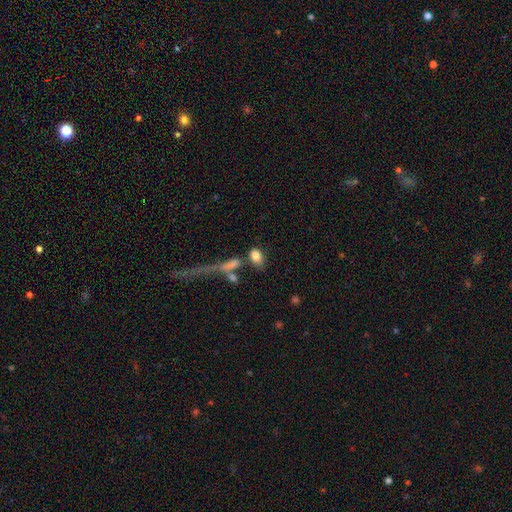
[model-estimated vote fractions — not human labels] Smooth or featured? Predicted: smooth (p=0.81). How rounded? Predicted: in between (p=0.81). Merging? Predicted: none (p=0.55).